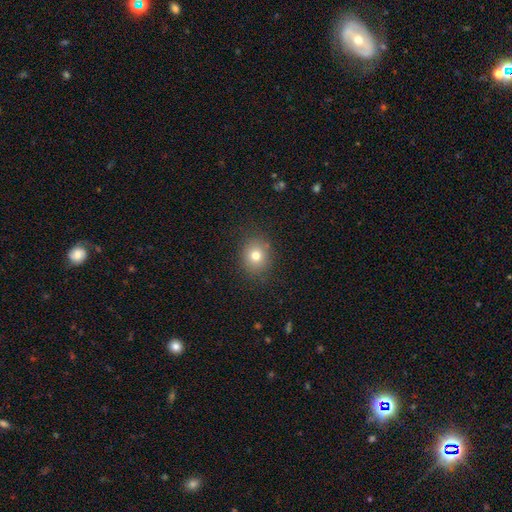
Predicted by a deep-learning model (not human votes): Smooth or featured? smooth (75%)
How rounded? round (76%)
Merging? none (85%)